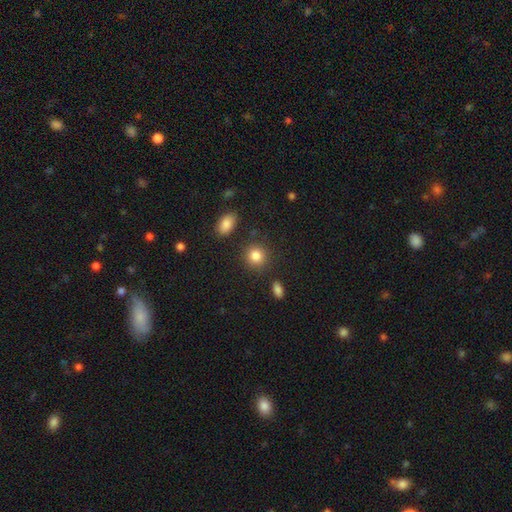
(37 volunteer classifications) Smooth or featured?
  - smooth: 92% *
  - featured or disk: 5%
  - star or artifact: 3%
How rounded?
  - round: 85% *
  - in between: 12%
  - cigar-shaped: 3%
Merging?
  - none: 83% *
  - minor disturbance: 8%
  - merger: 6%
  - major disturbance: 3%